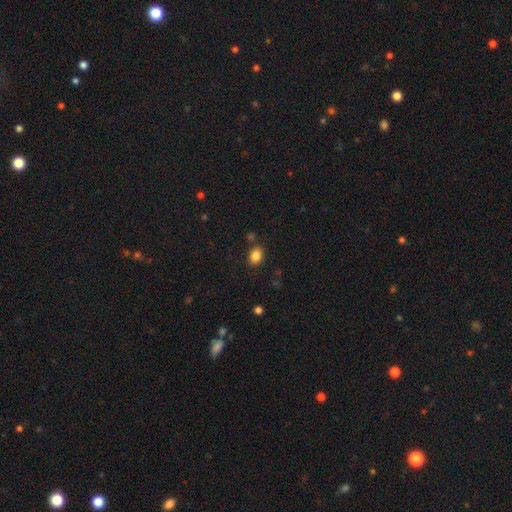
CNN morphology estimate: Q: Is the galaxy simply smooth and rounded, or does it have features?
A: smooth — 85%.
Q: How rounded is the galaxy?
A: in between — 64%.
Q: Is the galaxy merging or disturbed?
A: none — 81%.